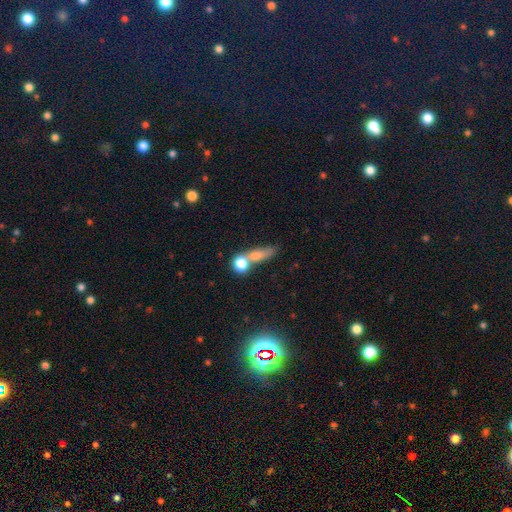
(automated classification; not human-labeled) smooth 66%, featured or disk 20%, star or artifact 14%. Down the decision tree: how rounded — in between (35%); merging — merger (43%).